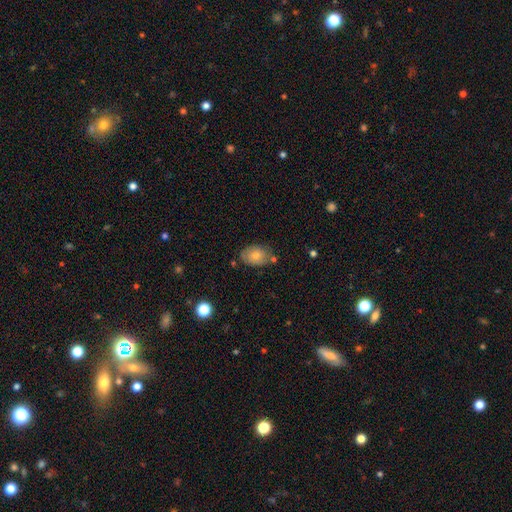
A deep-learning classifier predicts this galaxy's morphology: Smooth or featured? Predicted: smooth (p=0.68). How rounded? Predicted: in between (p=0.80). Merging? Predicted: none (p=0.64).